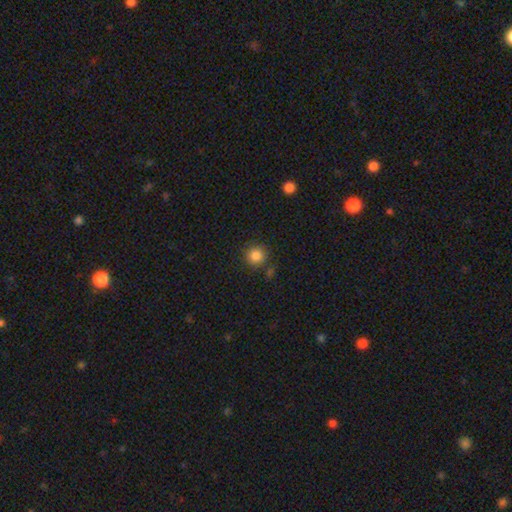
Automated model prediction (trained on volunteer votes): Morphology: type=smooth (85%); roundness=round (93%); merging=none (83%).